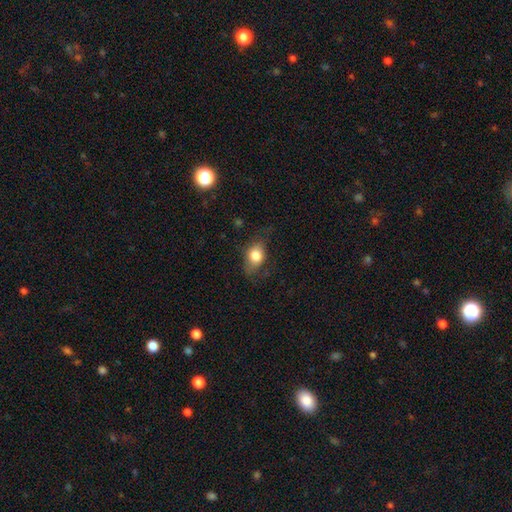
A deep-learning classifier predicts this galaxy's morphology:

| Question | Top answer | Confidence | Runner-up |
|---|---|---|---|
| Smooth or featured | smooth | 76% | featured or disk (15%) |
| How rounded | in between | 67% | round (31%) |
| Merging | none | 60% | minor disturbance (27%) |